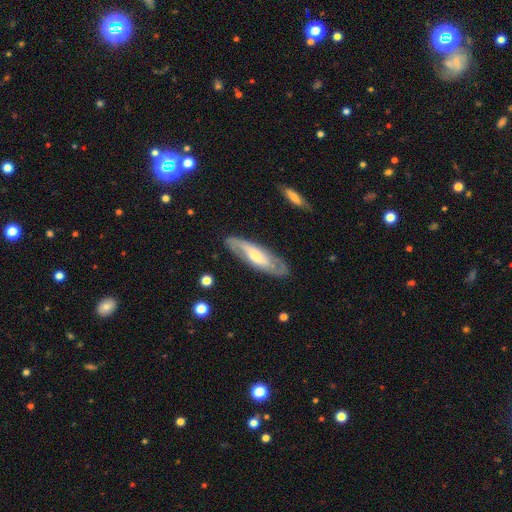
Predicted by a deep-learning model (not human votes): smooth-or-featured: featured or disk: 63% | smooth: 32% | star or artifact: 5%
  disk-edge-on: no: 76% | yes: 24%
  merging: none: 78% | minor disturbance: 15% | major disturbance: 5% | merger: 2%